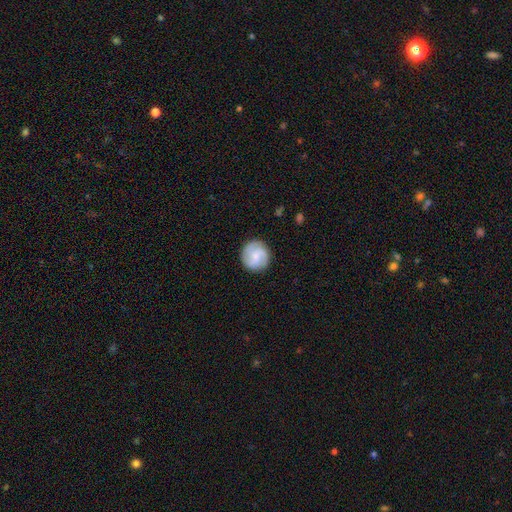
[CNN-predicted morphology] The model was most divided on "bar": no: 49%, weak: 44%, strong: 7%. More confident: edge-on disk — no (98%); spiral arms — yes (92%); merging — none (87%); smooth or featured — featured or disk (52%); bulge size — small (51%).